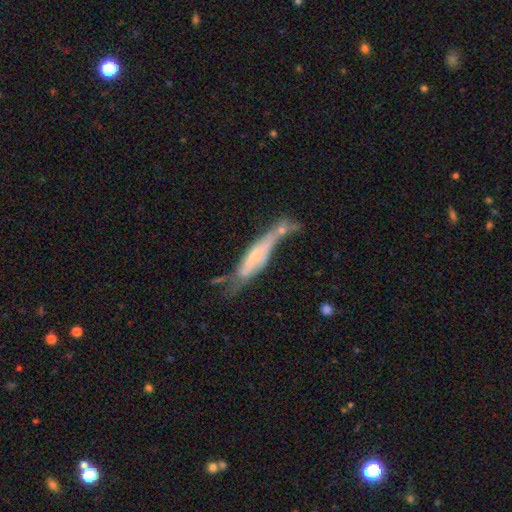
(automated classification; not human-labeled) A featured or disk galaxy (61%) viewed edge-on (63%).

Vote fractions:
- Smooth or featured? featured or disk: 61% / smooth: 32% / star or artifact: 7%
- Edge-on disk? yes: 63% / no: 37%
- Merging? none: 32% / merger: 25% / minor disturbance: 24% / major disturbance: 20%